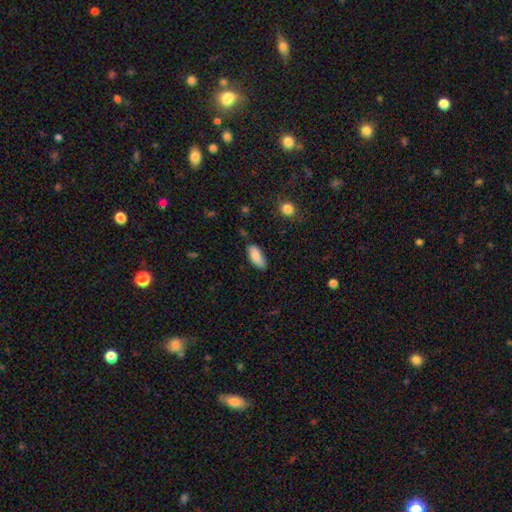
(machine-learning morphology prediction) Smooth or featured?
  - smooth: 85% *
  - featured or disk: 9%
  - star or artifact: 7%
How rounded?
  - in between: 85% *
  - cigar-shaped: 13%
  - round: 2%
Merging?
  - none: 76% *
  - minor disturbance: 19%
  - major disturbance: 3%
  - merger: 2%